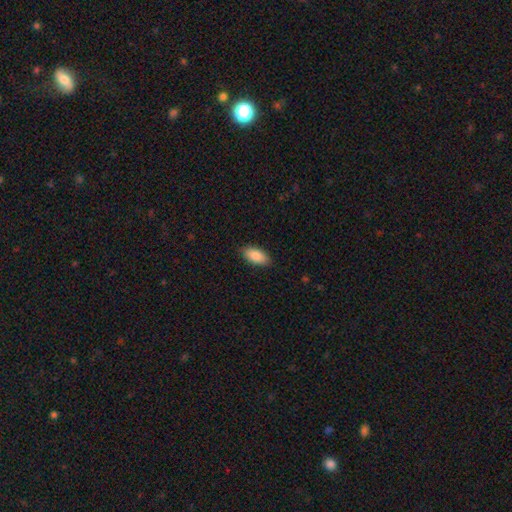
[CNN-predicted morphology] smooth-or-featured: smooth: 88% | star or artifact: 6% | featured or disk: 6%
  how-rounded: in between: 91% | cigar-shaped: 6% | round: 2%
  merging: none: 87% | minor disturbance: 10% | major disturbance: 2% | merger: 1%